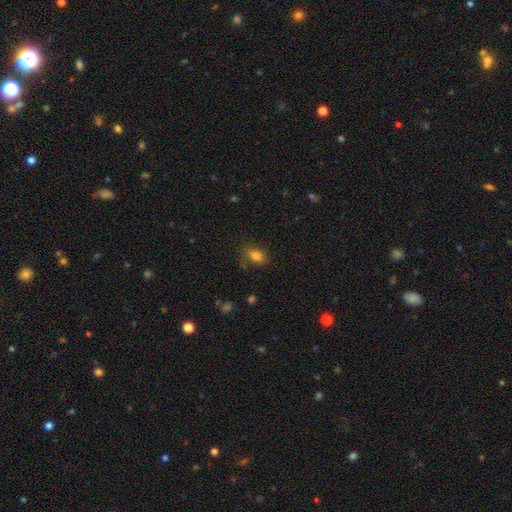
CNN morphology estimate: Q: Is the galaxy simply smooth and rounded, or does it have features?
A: smooth — 82%.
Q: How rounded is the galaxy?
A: in between — 81%.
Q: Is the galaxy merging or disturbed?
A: none — 71%.